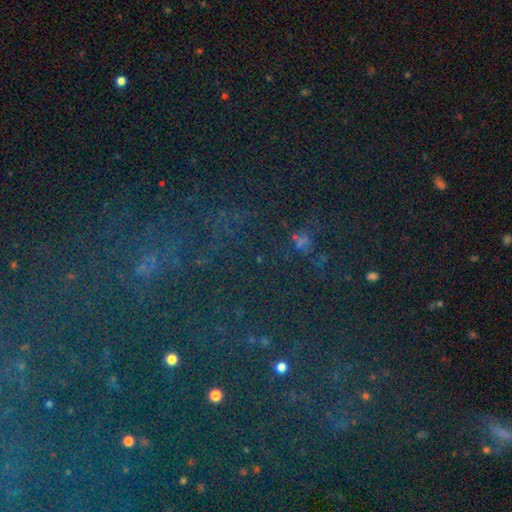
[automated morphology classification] Q: Smooth or featured?
A: star or artifact (74%); runner-up: smooth (16%)